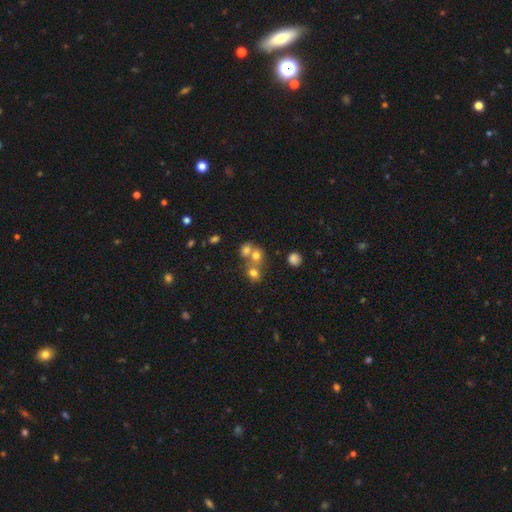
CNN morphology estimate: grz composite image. It shows a smooth galaxy with no disk features (67%) that is round (73%). Merging: merger (54%).